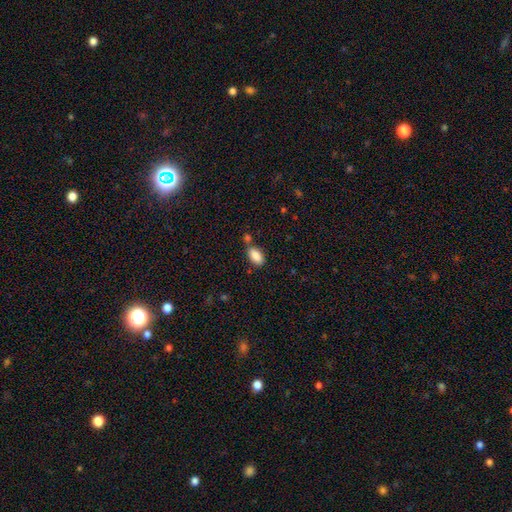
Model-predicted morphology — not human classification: Overall: smooth (87%). How rounded: in between (92%). Merging: none (66%).